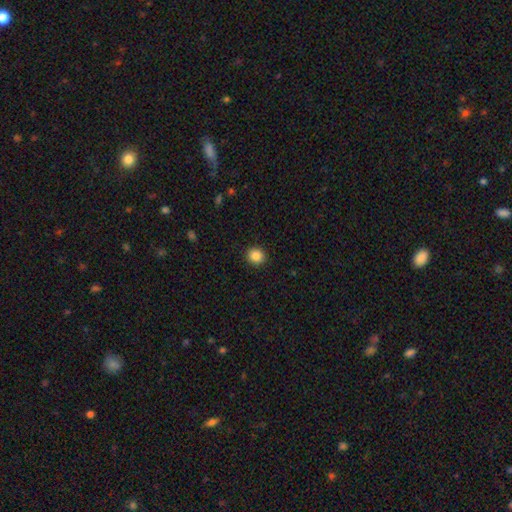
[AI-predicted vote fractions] Smooth or featured? smooth (87%)
How rounded? round (85%)
Merging? none (92%)